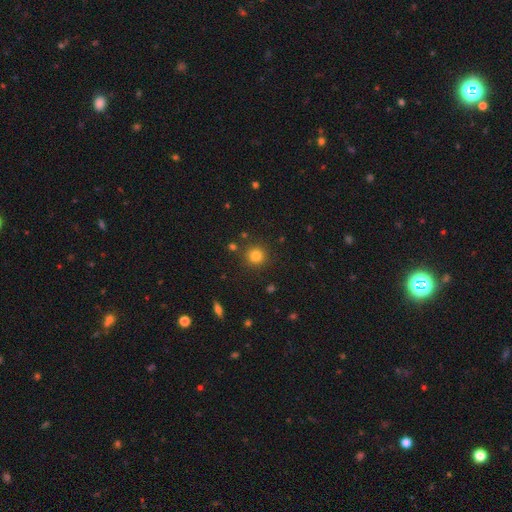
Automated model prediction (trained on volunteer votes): Q: Smooth or featured?
A: smooth (81%); runner-up: star or artifact (13%)
Q: How rounded?
A: round (93%); runner-up: in between (6%)
Q: Merging?
A: none (88%); runner-up: minor disturbance (7%)